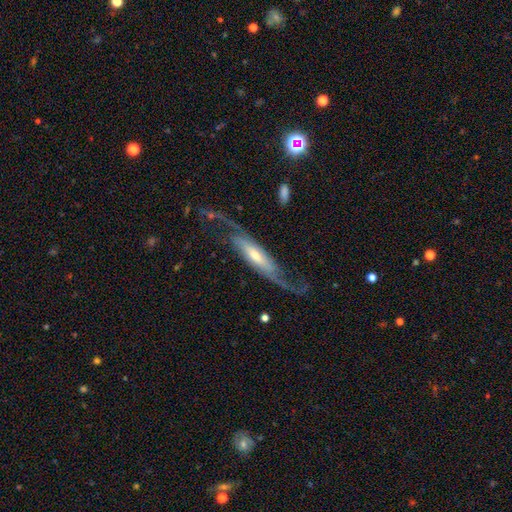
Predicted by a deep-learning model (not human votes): Smooth or featured?
  - featured or disk: 86% *
  - smooth: 9%
  - star or artifact: 5%
Edge-on disk?
  - no: 76% *
  - yes: 24%
Bar?
  - weak: 36% *
  - no: 35%
  - strong: 29%
Spiral arms?
  - yes: 96% *
  - no: 4%
Spiral winding?
  - loose: 69% *
  - medium: 24%
  - tight: 8%
Spiral arm count?
  - 2: 91% *
  - can't tell: 3%
  - 1: 3%
  - 3: 1%
  - 4: 1%
  - more than 4: 1%
Bulge size?
  - moderate: 47% *
  - small: 38%
  - large: 9%
  - none: 4%
  - dominant: 2%
Merging?
  - none: 63% *
  - major disturbance: 17%
  - minor disturbance: 17%
  - merger: 3%